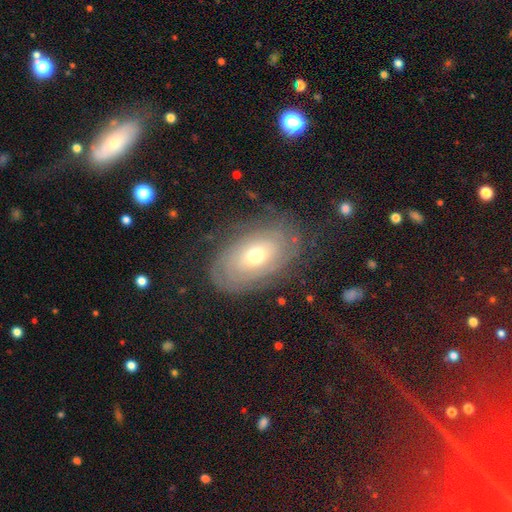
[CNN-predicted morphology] This is likely a featured or disk galaxy (69%). It is clearly not viewed edge-on (93%). Bar: clearly no (82%). Spiral arm pattern: likely yes (78%). Spiral arm count: possibly can't tell (56%). Spiral winding: likely tight (80%). Central bulge: likely moderate (61%). Merging: likely none (76%).